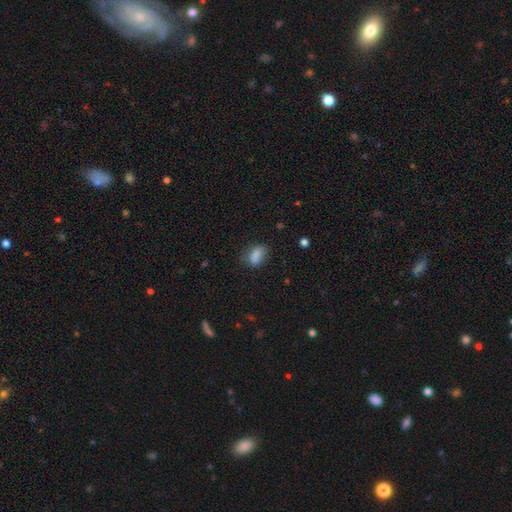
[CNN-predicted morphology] A smooth galaxy with no disk features (84%) that is in between round and cigar-shaped (85%).

Vote fractions:
- Smooth or featured? smooth: 84% / star or artifact: 10% / featured or disk: 7%
- How rounded? in between: 85% / round: 11% / cigar-shaped: 4%
- Merging? none: 65% / minor disturbance: 25% / major disturbance: 7% / merger: 2%